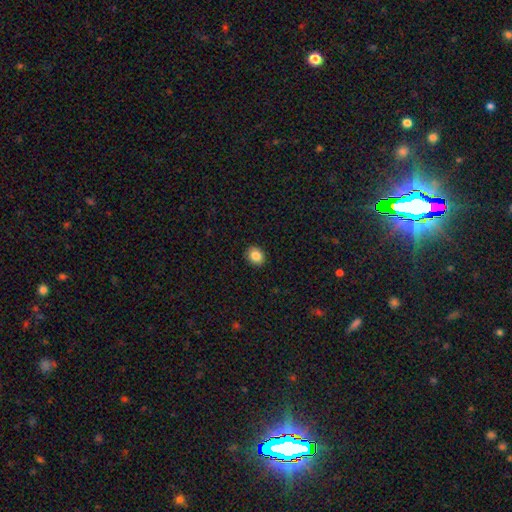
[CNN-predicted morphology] The model was most divided on "how rounded": round: 53%, in between: 46%, cigar-shaped: 1%. More confident: merging — none (91%); smooth or featured — smooth (85%).